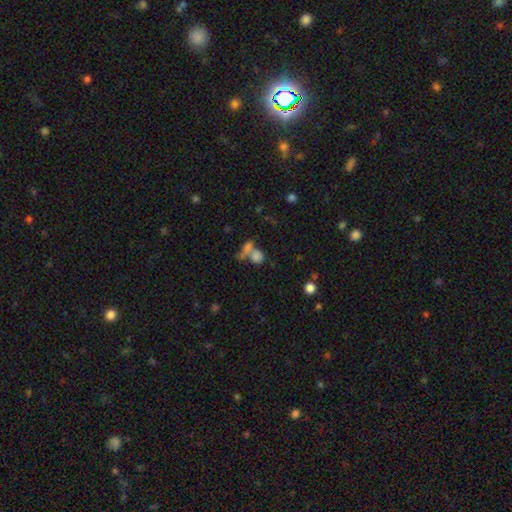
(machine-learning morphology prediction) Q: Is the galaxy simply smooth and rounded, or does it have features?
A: smooth — 74%.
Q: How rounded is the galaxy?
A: round — 64%.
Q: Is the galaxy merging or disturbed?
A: merger — 50%.